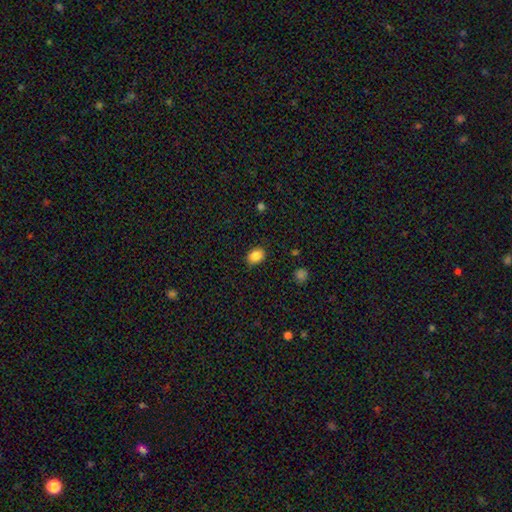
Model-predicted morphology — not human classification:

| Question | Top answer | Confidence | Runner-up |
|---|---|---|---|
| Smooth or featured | smooth | 86% | star or artifact (9%) |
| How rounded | in between | 62% | round (37%) |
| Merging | none | 85% | minor disturbance (12%) |